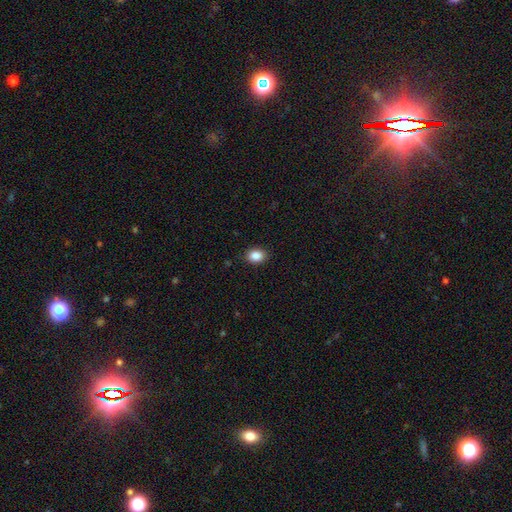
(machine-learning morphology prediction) Smooth or featured? smooth (88%)
How rounded? in between (68%)
Merging? none (89%)